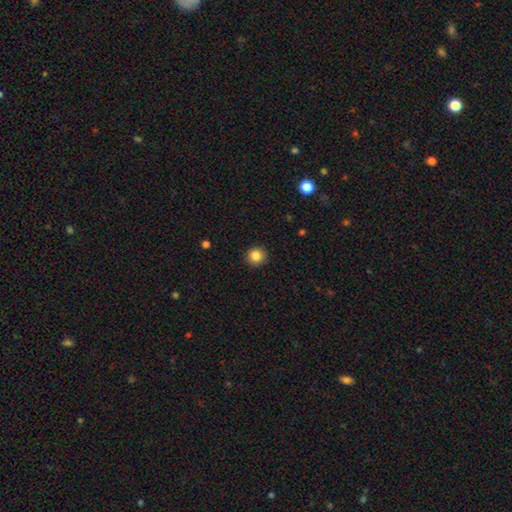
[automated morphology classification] Smooth or featured: smooth — 85% (star or artifact — 10%)
How rounded: round — 93% (in between — 6%)
Merging: none — 92% (minor disturbance — 6%)